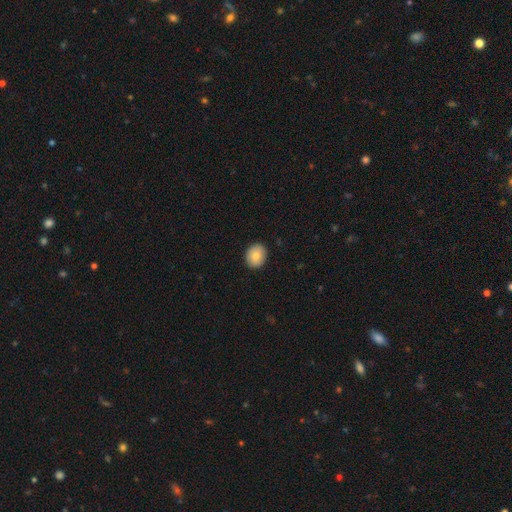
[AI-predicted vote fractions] Overall: smooth (85%). How rounded: round (59%; in between 40%). Merging: none (89%).